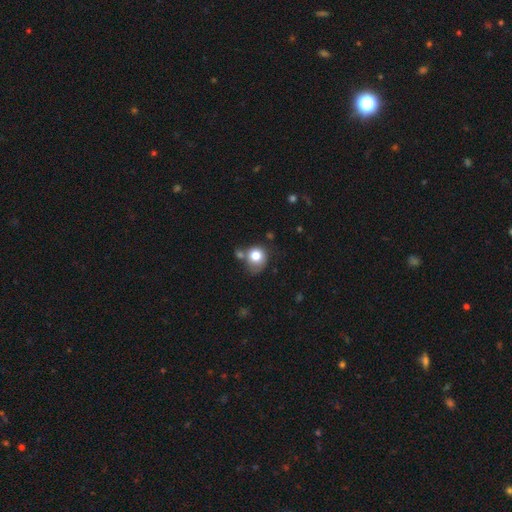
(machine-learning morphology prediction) Smooth or featured? smooth (78%)
How rounded? round (76%)
Merging? none (51%)